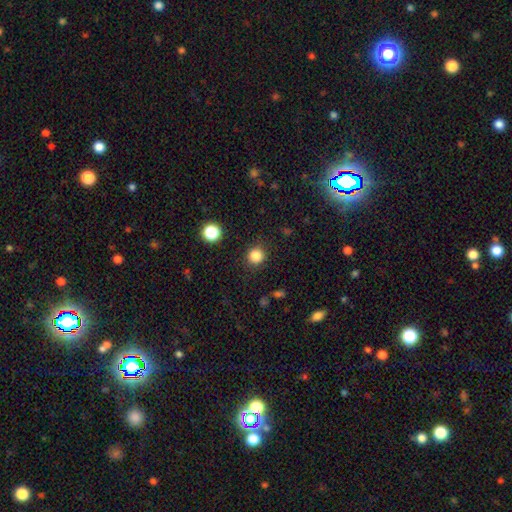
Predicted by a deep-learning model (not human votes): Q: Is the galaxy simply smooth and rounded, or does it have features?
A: smooth — 84%.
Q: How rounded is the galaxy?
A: round — 91%.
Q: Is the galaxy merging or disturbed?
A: none — 88%.